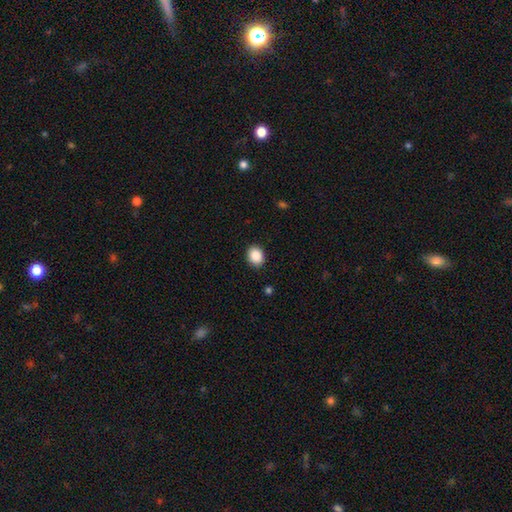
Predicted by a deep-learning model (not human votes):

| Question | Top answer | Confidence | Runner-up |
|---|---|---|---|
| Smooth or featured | smooth | 89% | star or artifact (8%) |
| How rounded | in between | 50% | round (49%) |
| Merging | none | 89% | minor disturbance (8%) |